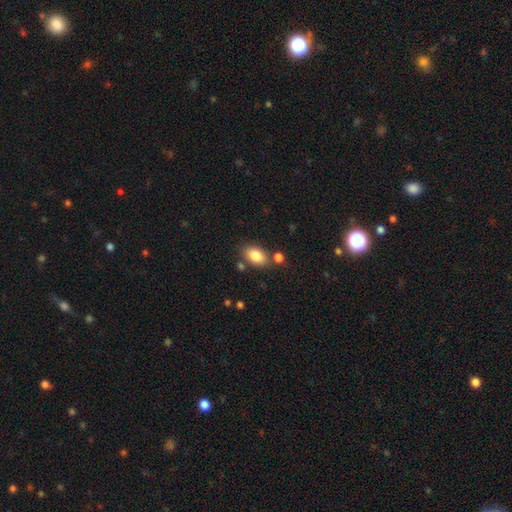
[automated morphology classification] smooth_or_featured: smooth (p=0.85) [alt: star or artifact p=0.08]
how_rounded: in between (p=0.90) [alt: round p=0.08]
merging: none (p=0.74) [alt: minor disturbance p=0.12]